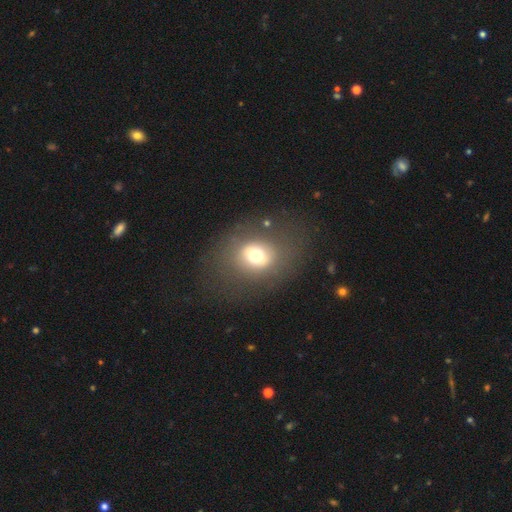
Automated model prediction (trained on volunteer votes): Smooth or featured? Predicted: smooth (p=0.65). How rounded? Predicted: round (p=0.62). Merging? Predicted: none (p=0.77).